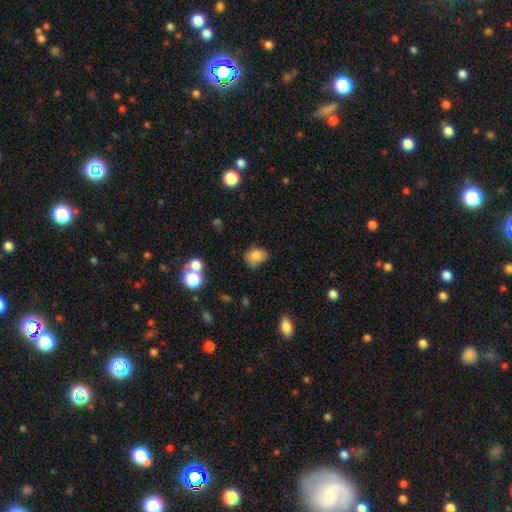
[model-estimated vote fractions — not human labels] Smooth or featured? Predicted: smooth (p=0.81). How rounded? Predicted: in between (p=0.67). Merging? Predicted: none (p=0.59).